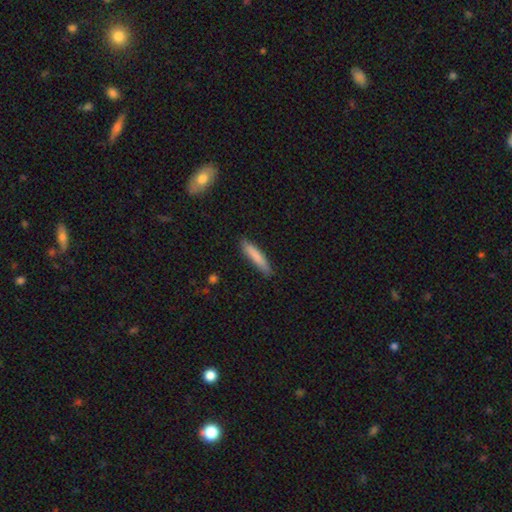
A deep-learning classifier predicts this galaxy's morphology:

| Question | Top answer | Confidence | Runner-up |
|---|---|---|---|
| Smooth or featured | smooth | 83% | featured or disk (12%) |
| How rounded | cigar-shaped | 89% | in between (10%) |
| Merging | none | 86% | minor disturbance (11%) |